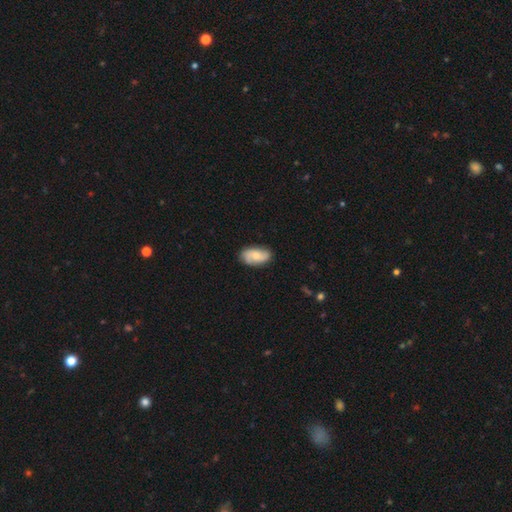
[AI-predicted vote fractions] Smooth or featured? Predicted: smooth (p=0.52). How rounded? Predicted: in between (p=0.92). Merging? Predicted: none (p=0.80).